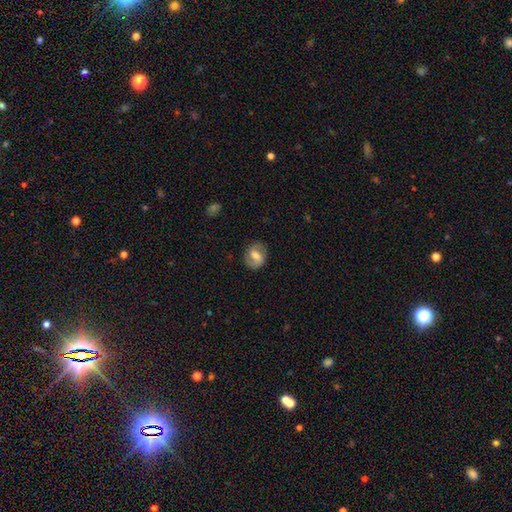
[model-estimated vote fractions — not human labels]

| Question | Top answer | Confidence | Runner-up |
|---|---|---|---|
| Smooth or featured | featured or disk | 55% | smooth (38%) |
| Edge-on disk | no | 96% | yes (4%) |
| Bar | weak | 47% | strong (30%) |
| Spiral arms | yes | 77% | no (23%) |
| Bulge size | moderate | 64% | small (17%) |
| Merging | none | 82% | minor disturbance (13%) |